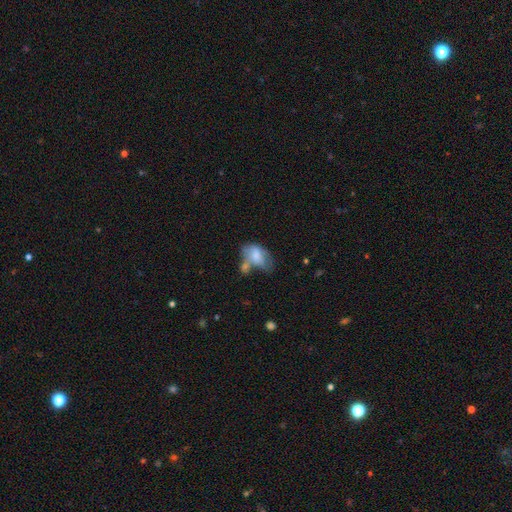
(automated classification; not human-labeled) Smooth or featured?
  - smooth: 64% *
  - featured or disk: 28%
  - star or artifact: 8%
How rounded?
  - in between: 87% *
  - round: 11%
  - cigar-shaped: 2%
Merging?
  - merger: 35% *
  - none: 22%
  - minor disturbance: 22%
  - major disturbance: 20%